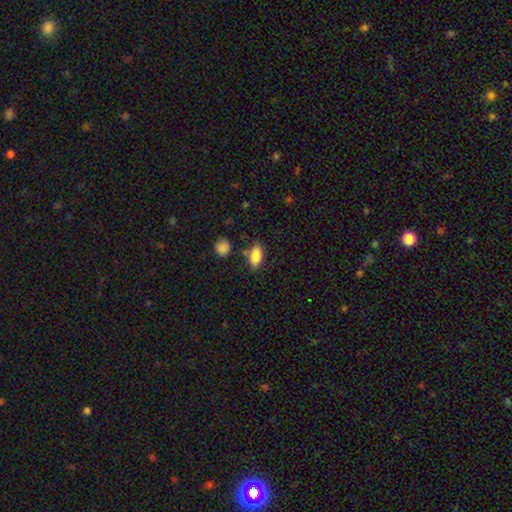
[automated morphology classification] Smooth or featured: smooth — 87% (star or artifact — 8%)
How rounded: in between — 90% (round — 6%)
Merging: none — 75% (minor disturbance — 15%)